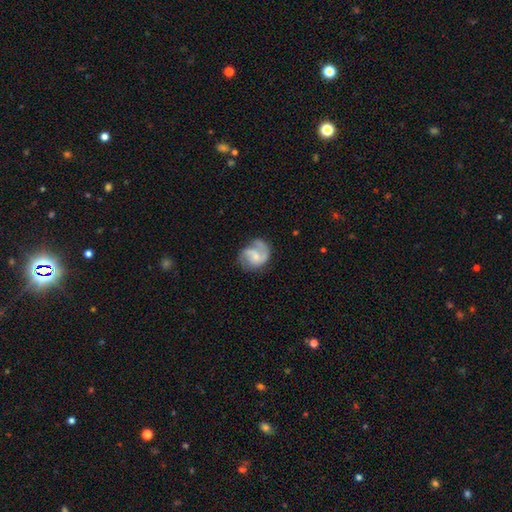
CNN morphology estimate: Smooth or featured? featured or disk (75%)
Edge-on disk? no (98%)
Bar? no (50%)
Spiral arms? yes (93%)
Spiral winding? medium (49%)
Spiral arm count? 2 (69%)
Bulge size? small (58%)
Merging? none (60%)